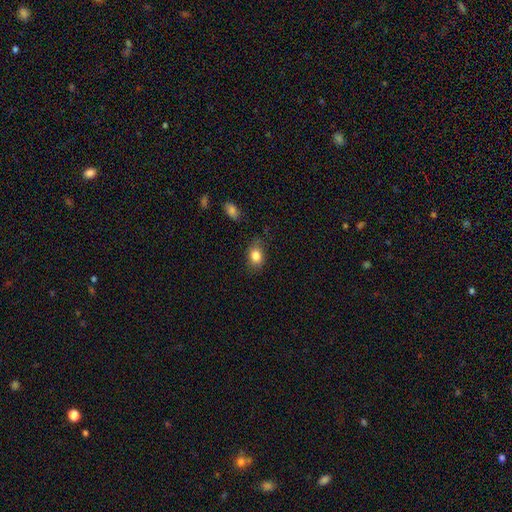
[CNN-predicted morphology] Q: Smooth or featured?
A: smooth (83%); runner-up: star or artifact (9%)
Q: How rounded?
A: in between (73%); runner-up: round (26%)
Q: Merging?
A: none (76%); runner-up: minor disturbance (18%)